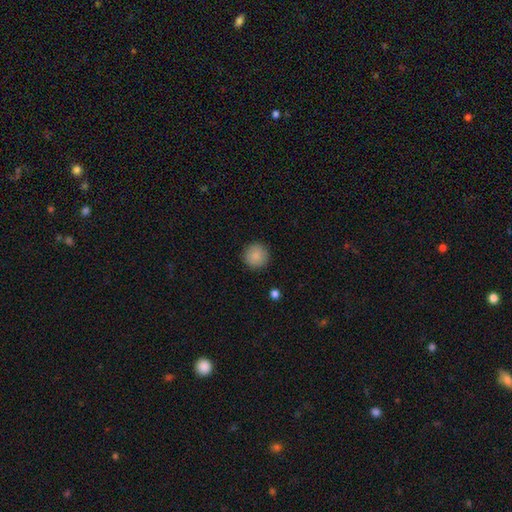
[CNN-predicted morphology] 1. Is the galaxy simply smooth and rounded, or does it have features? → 88% smooth, 8% star or artifact, 4% featured or disk.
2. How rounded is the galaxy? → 96% round, 3% in between, 1% cigar-shaped.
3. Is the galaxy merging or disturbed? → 91% none, 6% minor disturbance, 2% major disturbance, 1% merger.